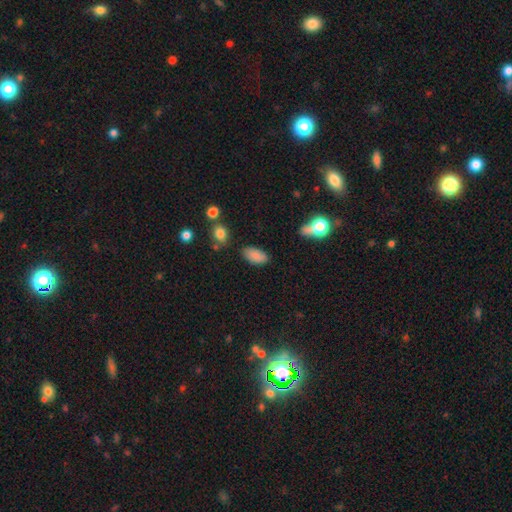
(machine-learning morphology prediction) Q: Smooth or featured?
A: smooth (86%); runner-up: star or artifact (8%)
Q: How rounded?
A: in between (93%); runner-up: round (4%)
Q: Merging?
A: none (81%); runner-up: minor disturbance (13%)